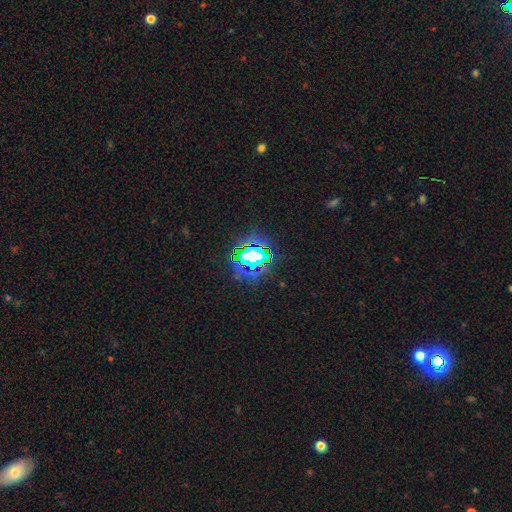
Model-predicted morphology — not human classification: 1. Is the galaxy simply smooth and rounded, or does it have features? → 70% star or artifact, 18% smooth, 12% featured or disk.